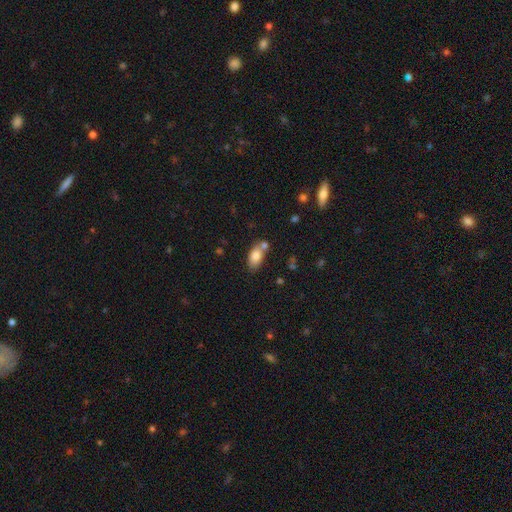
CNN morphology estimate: Smooth or featured?
  - smooth: 81% *
  - featured or disk: 11%
  - star or artifact: 8%
How rounded?
  - in between: 89% *
  - cigar-shaped: 6%
  - round: 5%
Merging?
  - none: 57% *
  - merger: 23%
  - minor disturbance: 15%
  - major disturbance: 4%